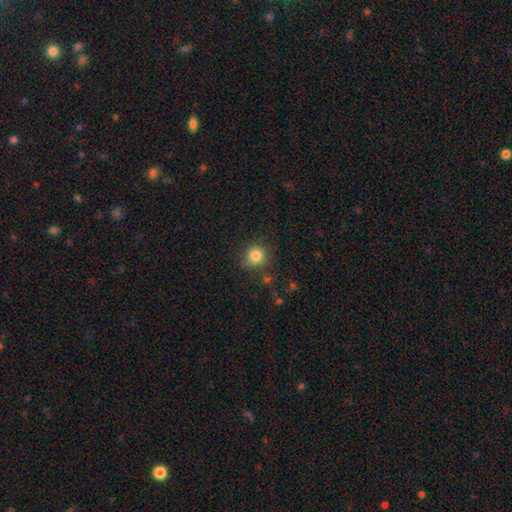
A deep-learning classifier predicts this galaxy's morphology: smooth 83%, star or artifact 12%, featured or disk 6%. Down the decision tree: how rounded — round (90%); merging — none (77%).